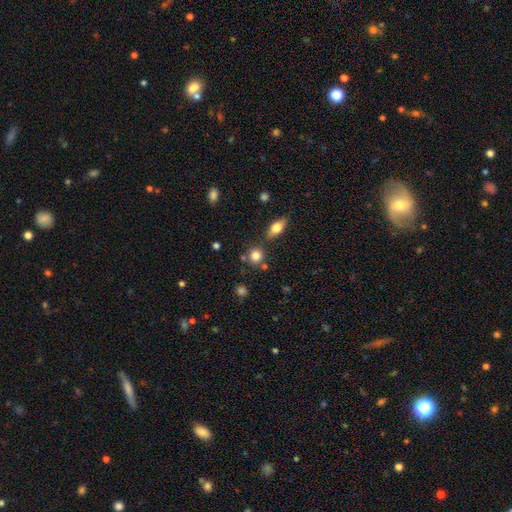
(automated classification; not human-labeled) A smooth galaxy with no disk features (81%) that is round (85%).

Vote fractions:
- Smooth or featured? smooth: 81% / star or artifact: 11% / featured or disk: 8%
- How rounded? round: 85% / in between: 14% / cigar-shaped: 2%
- Merging? none: 73% / merger: 14% / minor disturbance: 10% / major disturbance: 3%